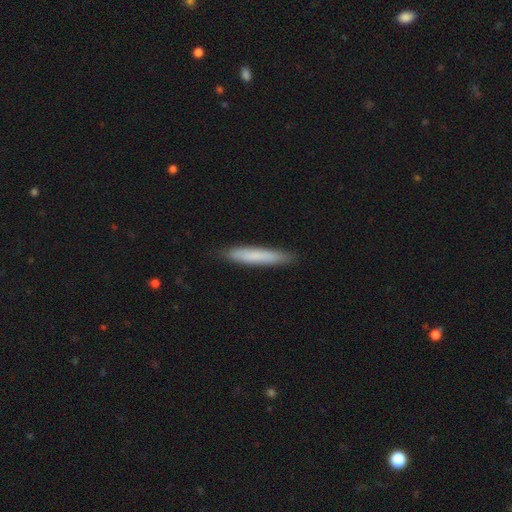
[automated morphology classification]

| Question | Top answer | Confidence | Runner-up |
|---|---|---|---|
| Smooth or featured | smooth | 74% | featured or disk (20%) |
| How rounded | cigar-shaped | 93% | in between (5%) |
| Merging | none | 87% | minor disturbance (10%) |